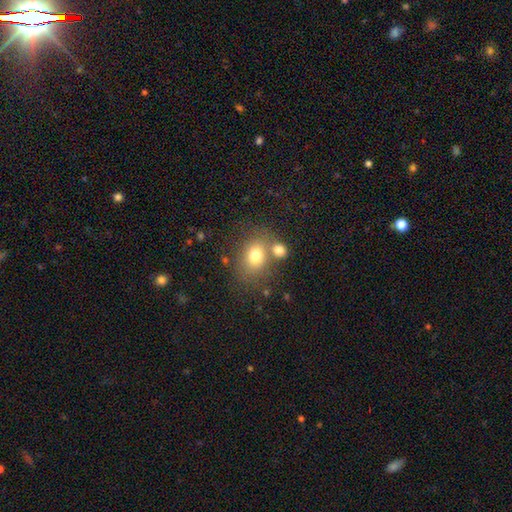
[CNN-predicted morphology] Smooth or featured: smooth — 75% (featured or disk — 14%)
How rounded: in between — 56% (round — 43%)
Merging: none — 54% (merger — 28%)